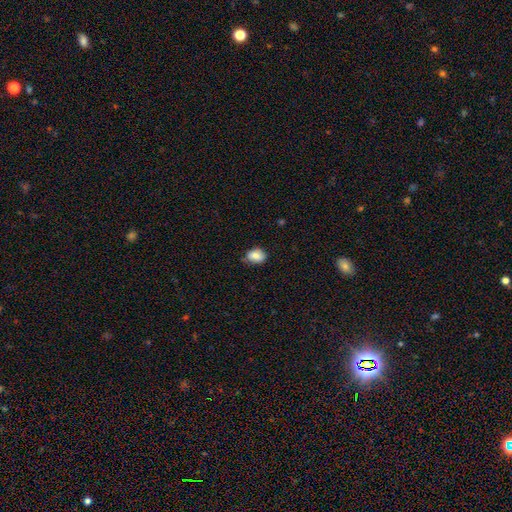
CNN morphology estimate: A smooth galaxy with no disk features (81%) that is in between round and cigar-shaped (67%).

Vote fractions:
- Smooth or featured? smooth: 81% / featured or disk: 11% / star or artifact: 9%
- How rounded? in between: 67% / round: 32% / cigar-shaped: 1%
- Merging? none: 67% / minor disturbance: 27% / major disturbance: 4% / merger: 2%